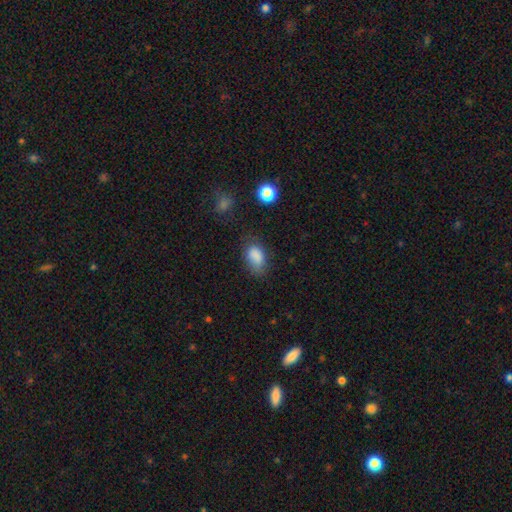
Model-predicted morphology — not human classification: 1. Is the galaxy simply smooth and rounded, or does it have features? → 84% smooth, 10% star or artifact, 6% featured or disk.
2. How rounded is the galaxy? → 88% in between, 11% round, 2% cigar-shaped.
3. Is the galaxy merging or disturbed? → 60% none, 28% minor disturbance, 10% major disturbance, 3% merger.